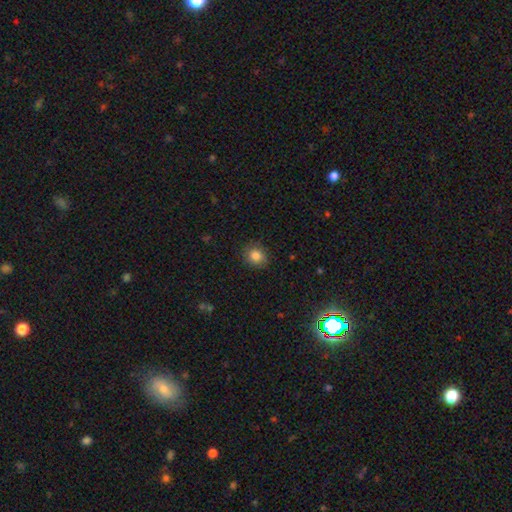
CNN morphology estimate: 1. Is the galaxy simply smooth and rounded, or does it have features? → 84% smooth, 10% star or artifact, 6% featured or disk.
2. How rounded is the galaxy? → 72% round, 27% in between, 1% cigar-shaped.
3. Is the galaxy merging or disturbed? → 84% none, 12% minor disturbance, 3% major disturbance, 1% merger.